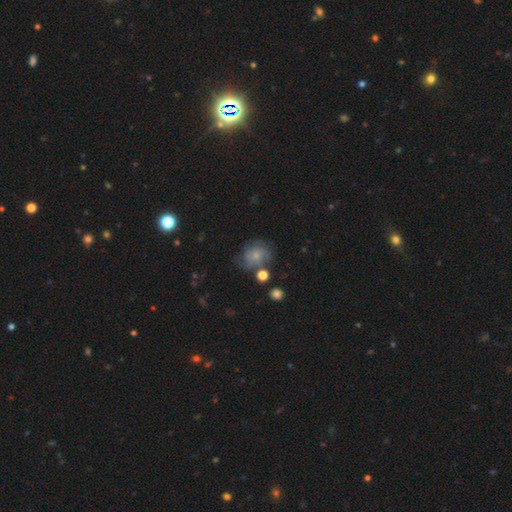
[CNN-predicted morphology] A smooth galaxy with no disk features (67%) that is round (66%). Merging: none (51%).